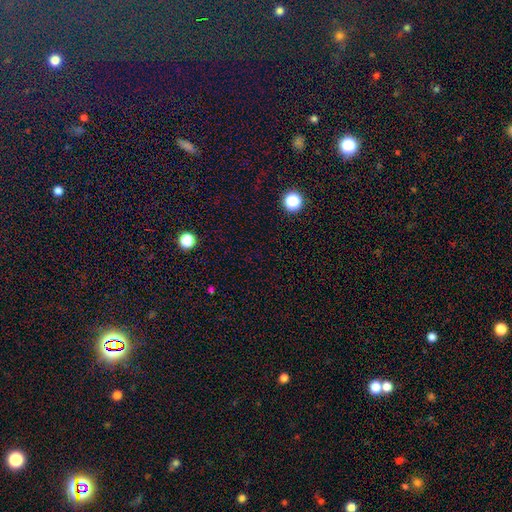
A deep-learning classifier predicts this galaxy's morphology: Smooth or featured?
  - star or artifact: 63% *
  - smooth: 31%
  - featured or disk: 6%